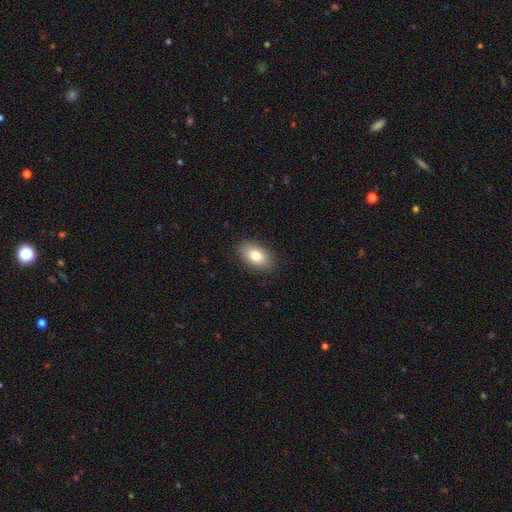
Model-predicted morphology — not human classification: Smooth or featured? Predicted: smooth (p=0.81). How rounded? Predicted: in between (p=0.91). Merging? Predicted: none (p=0.88).